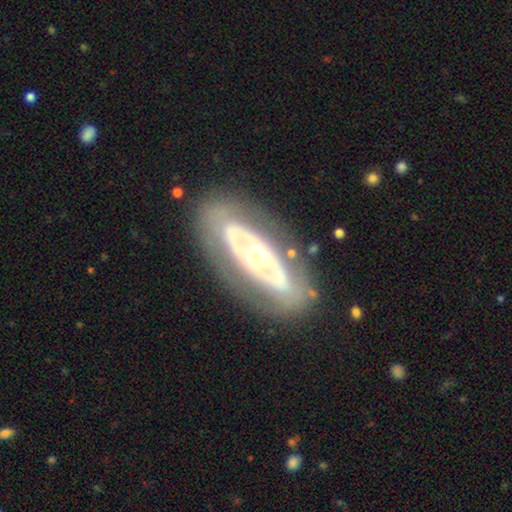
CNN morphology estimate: A featured or disk galaxy (73%) with no bar (81%), no spiral arms (79%) and a moderate central bulge (67%). Merging: none (80%).